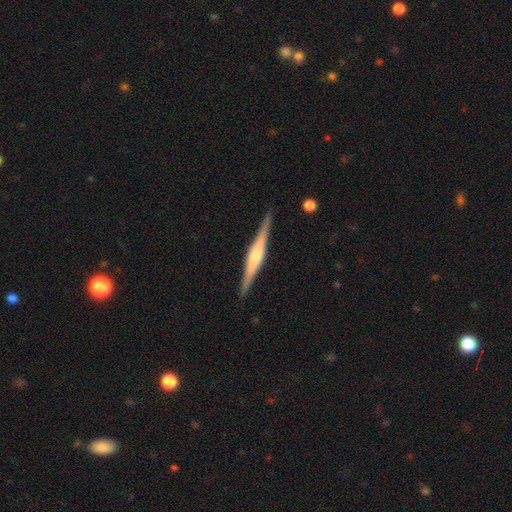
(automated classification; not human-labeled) Smooth or featured: featured or disk — 77% (smooth — 17%)
Edge-on disk: yes — 98% (no — 2%)
Edge-on bulge: rounded — 65% (boxy — 26%)
Merging: none — 90% (minor disturbance — 7%)